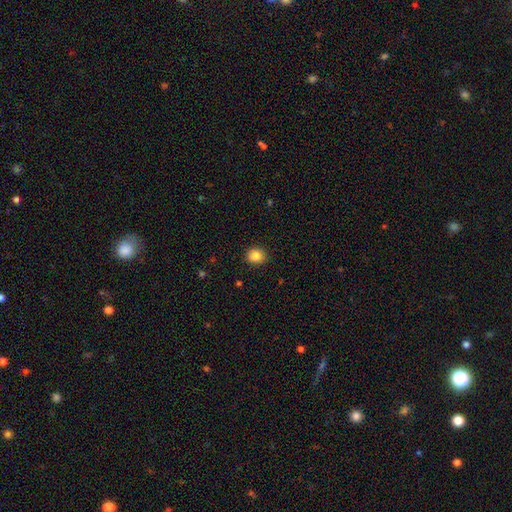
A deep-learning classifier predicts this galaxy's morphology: The model was most divided on "how rounded": round: 72%, in between: 27%, cigar-shaped: 1%. More confident: merging — none (90%); smooth or featured — smooth (85%).